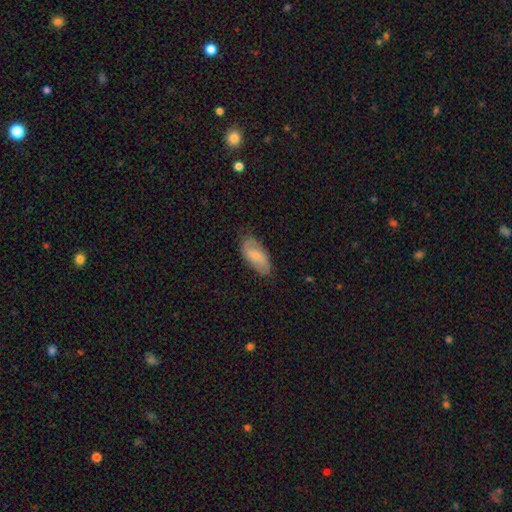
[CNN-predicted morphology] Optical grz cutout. It shows a smooth galaxy with no disk features (51%) that is in between round and cigar-shaped (89%). Merging: none (77%).